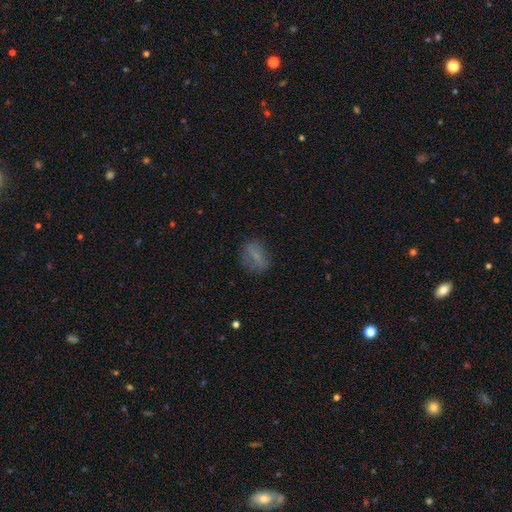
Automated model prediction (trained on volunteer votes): This appears to be a smooth galaxy with no disk features (69%) that is in between round and cigar-shaped (72%). Merging: none (75%).